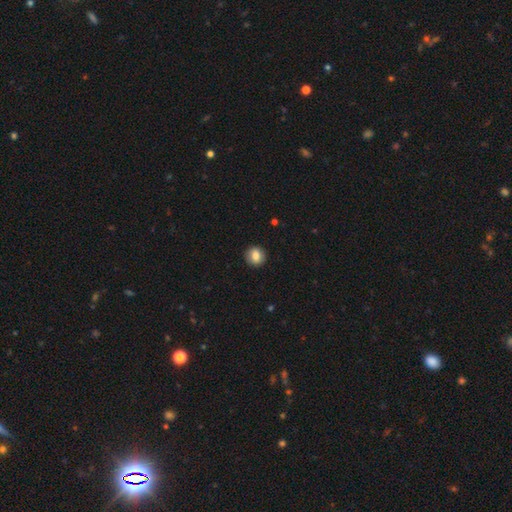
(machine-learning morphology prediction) Smooth or featured?
  - smooth: 80% *
  - featured or disk: 11%
  - star or artifact: 9%
How rounded?
  - round: 86% *
  - in between: 13%
  - cigar-shaped: 1%
Merging?
  - none: 91% *
  - minor disturbance: 6%
  - major disturbance: 2%
  - merger: 1%